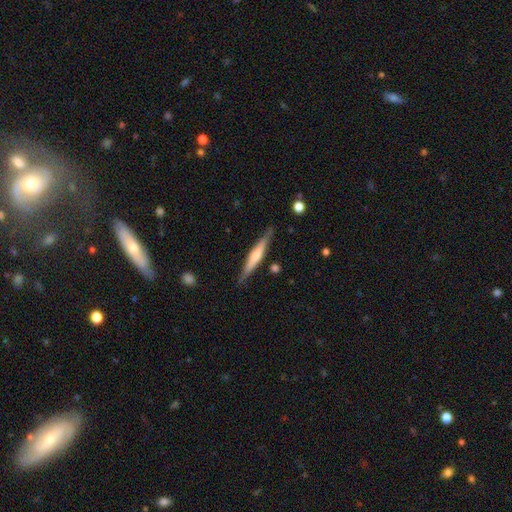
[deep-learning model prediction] smooth_or_featured: featured or disk (p=0.51) [alt: smooth p=0.43]
disk_edge_on: yes (p=0.96) [alt: no p=0.04]
merging: none (p=0.85) [alt: minor disturbance p=0.11]